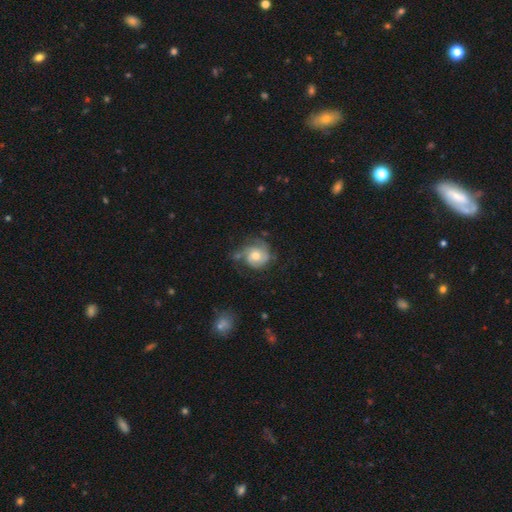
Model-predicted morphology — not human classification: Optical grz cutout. It shows a featured or disk galaxy (68%) with no bar (76%), 2 (35%) tight (53%) spiral arms (89%) and a moderate central bulge (68%). Merging: none (53%).